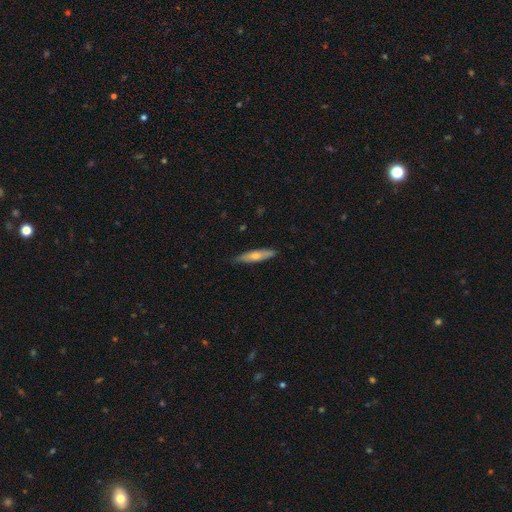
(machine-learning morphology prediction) type=smooth (61%); roundness=cigar-shaped (80%); merging=none (84%).